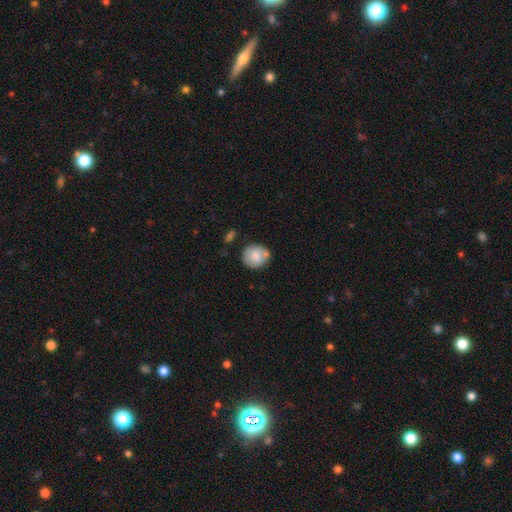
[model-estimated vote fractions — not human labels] A smooth galaxy with no disk features (72%) that is round (81%). Merging: none (60%).